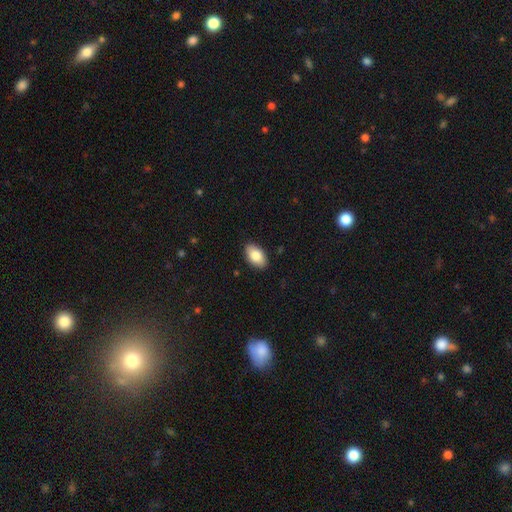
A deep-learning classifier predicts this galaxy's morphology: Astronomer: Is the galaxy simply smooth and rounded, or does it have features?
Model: smooth — 84%.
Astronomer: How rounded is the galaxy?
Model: in between — 94%.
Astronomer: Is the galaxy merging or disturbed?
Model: none — 89%.